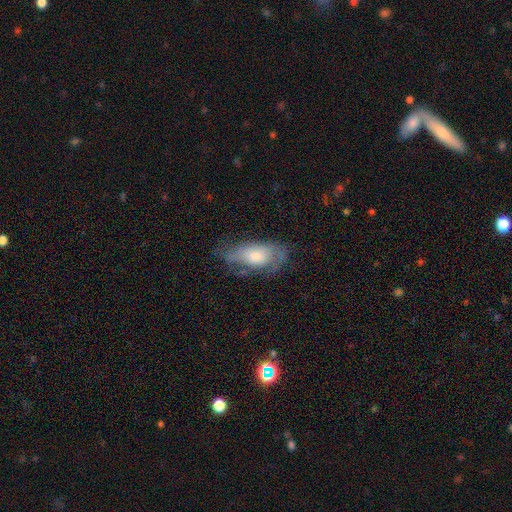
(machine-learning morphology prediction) This appears to be a smooth galaxy with no disk features (53%) that is in between round and cigar-shaped (88%). Merging: none (46%).